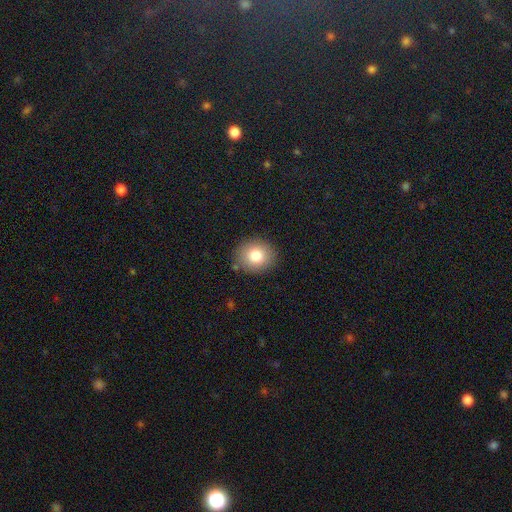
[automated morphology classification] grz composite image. It shows a smooth galaxy with no disk features (80%) that is round (77%). Merging: none (87%).